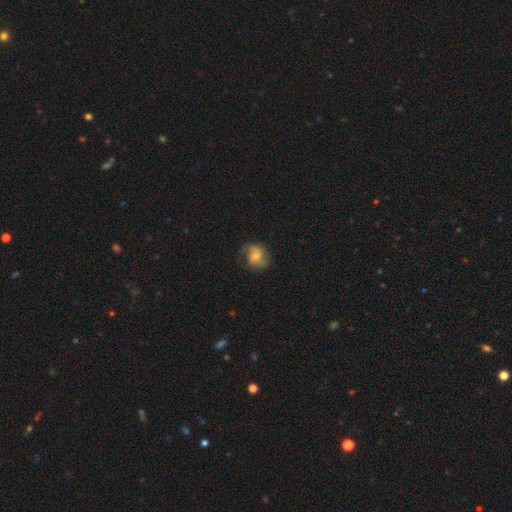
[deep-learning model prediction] Q: Smooth or featured?
A: featured or disk (60%); runner-up: smooth (32%)
Q: Edge-on disk?
A: no (98%); runner-up: yes (2%)
Q: Bar?
A: no (65%); runner-up: weak (30%)
Q: Spiral arms?
A: yes (92%); runner-up: no (8%)
Q: Spiral winding?
A: medium (46%); runner-up: loose (34%)
Q: Spiral arm count?
A: 2 (84%); runner-up: can't tell (7%)
Q: Bulge size?
A: small (43%); runner-up: moderate (39%)
Q: Merging?
A: none (70%); runner-up: minor disturbance (19%)